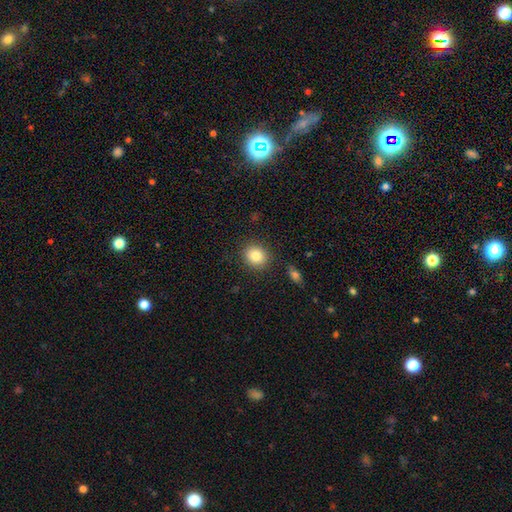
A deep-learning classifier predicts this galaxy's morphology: Overall: smooth (83%). How rounded: round (78%). Merging: none (88%).